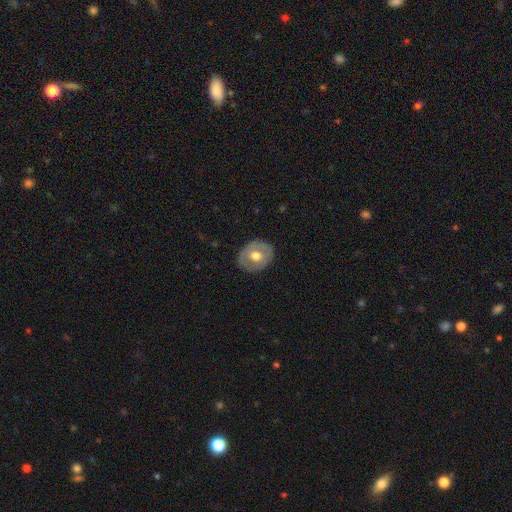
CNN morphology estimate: Smooth or featured? smooth (52%)
How rounded? round (56%)
Merging? none (82%)